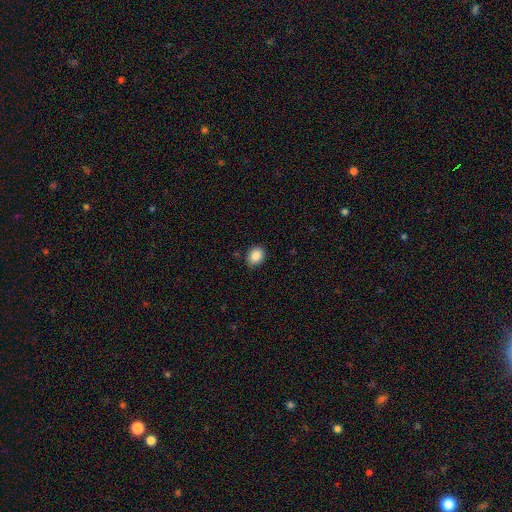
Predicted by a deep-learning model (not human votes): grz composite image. It shows a smooth galaxy with no disk features (87%) that is in between round and cigar-shaped (51%). Merging: none (82%).